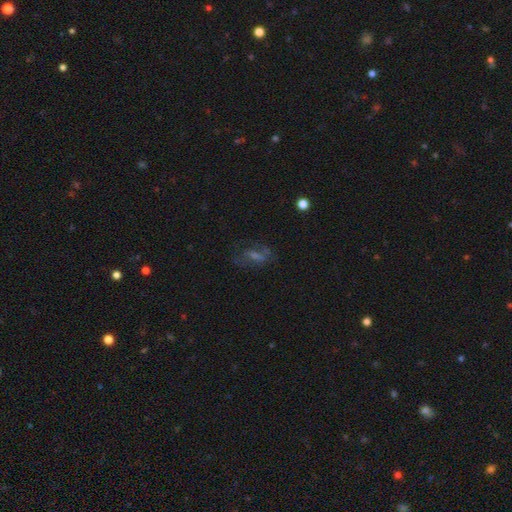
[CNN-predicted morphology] A featured or disk galaxy (43%).

Vote fractions:
- Smooth or featured? featured or disk: 43% / smooth: 30% / star or artifact: 27%
- Merging? none: 61% / minor disturbance: 18% / major disturbance: 17% / merger: 4%